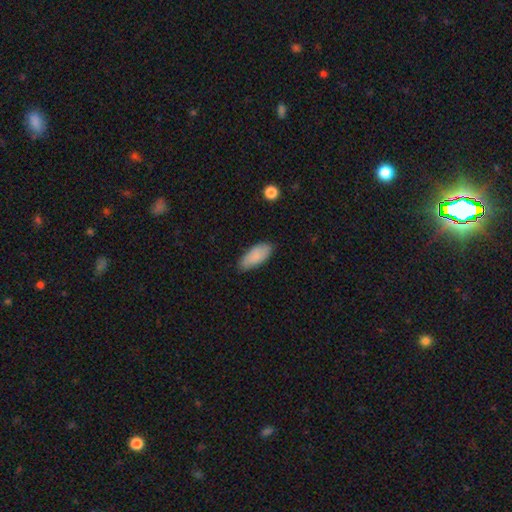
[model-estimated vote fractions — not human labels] Morphology: type=smooth (87%); roundness=in between (85%); merging=none (79%).